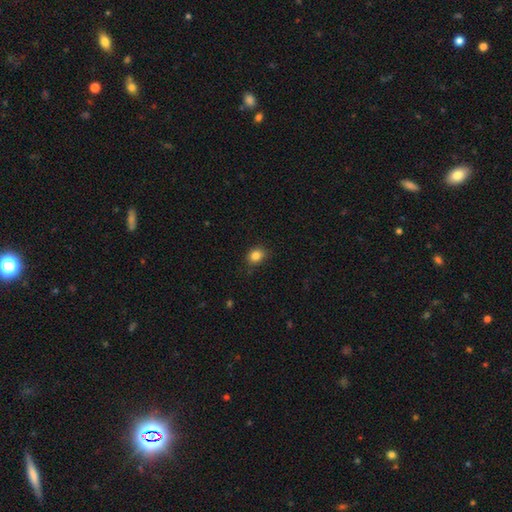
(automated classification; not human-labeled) smooth_or_featured: smooth (p=0.84) [alt: star or artifact p=0.11]
how_rounded: round (p=0.56) [alt: in between p=0.43]
merging: none (p=0.82) [alt: minor disturbance p=0.14]